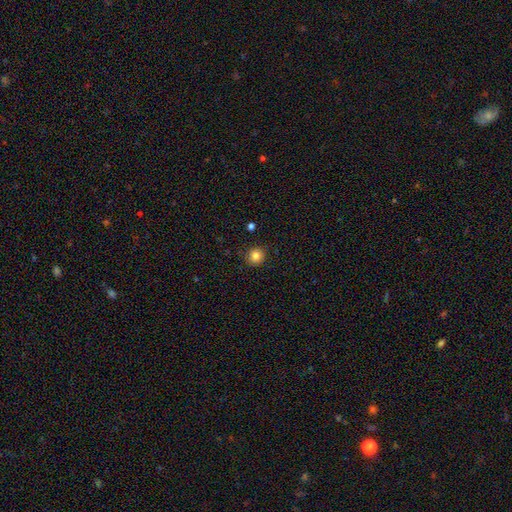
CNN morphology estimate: Q: Smooth or featured?
A: smooth (84%); runner-up: star or artifact (11%)
Q: How rounded?
A: round (93%); runner-up: in between (6%)
Q: Merging?
A: none (91%); runner-up: minor disturbance (6%)